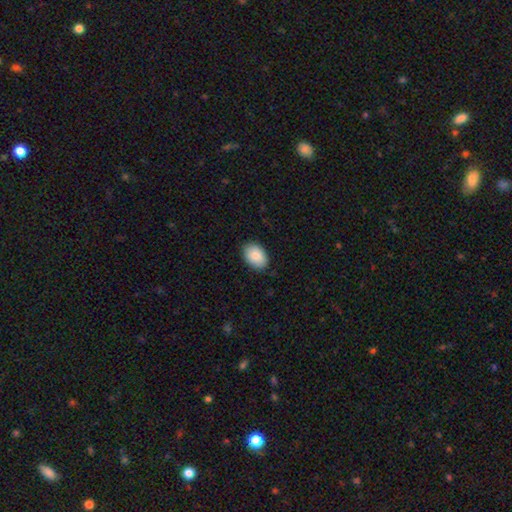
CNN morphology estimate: type=smooth (88%); roundness=in between (85%); merging=none (87%).